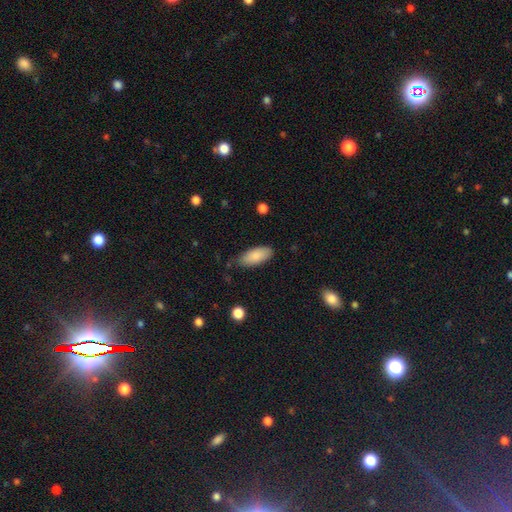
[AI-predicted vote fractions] A smooth galaxy with no disk features (86%) that is in between round and cigar-shaped (86%).

Vote fractions:
- Smooth or featured? smooth: 86% / featured or disk: 8% / star or artifact: 6%
- How rounded? in between: 86% / cigar-shaped: 13% / round: 2%
- Merging? none: 78% / minor disturbance: 17% / major disturbance: 3% / merger: 2%